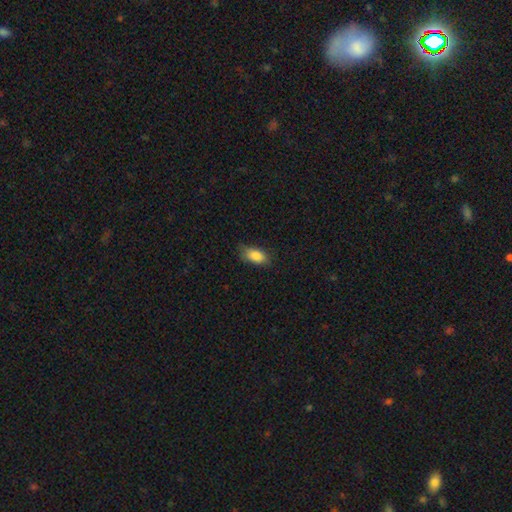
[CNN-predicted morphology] A smooth galaxy with no disk features (87%) that is in between round and cigar-shaped (89%). Merging: none (76%).